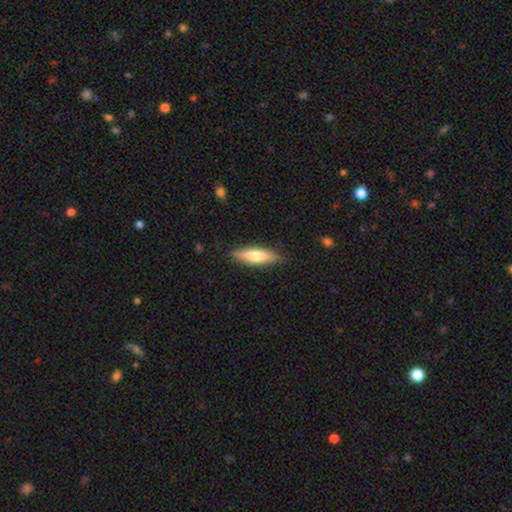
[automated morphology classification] A smooth galaxy with no disk features (56%) that is cigar-shaped (70%).

Vote fractions:
- Smooth or featured? smooth: 56% / featured or disk: 38% / star or artifact: 6%
- How rounded? cigar-shaped: 70% / in between: 28% / round: 2%
- Merging? none: 88% / minor disturbance: 9% / major disturbance: 2% / merger: 1%